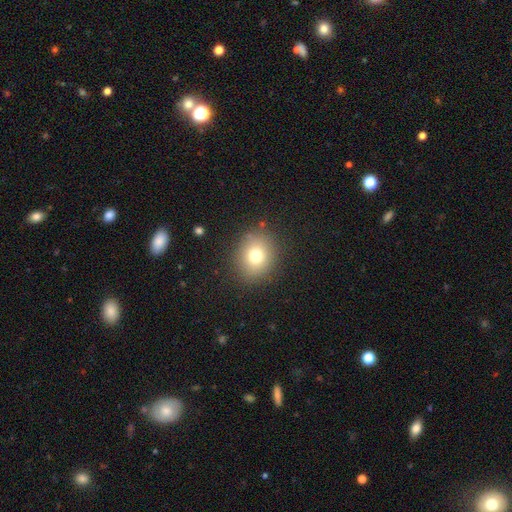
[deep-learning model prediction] smooth 75%, star or artifact 13%, featured or disk 11%. Down the decision tree: how rounded — round (71%); merging — none (86%).